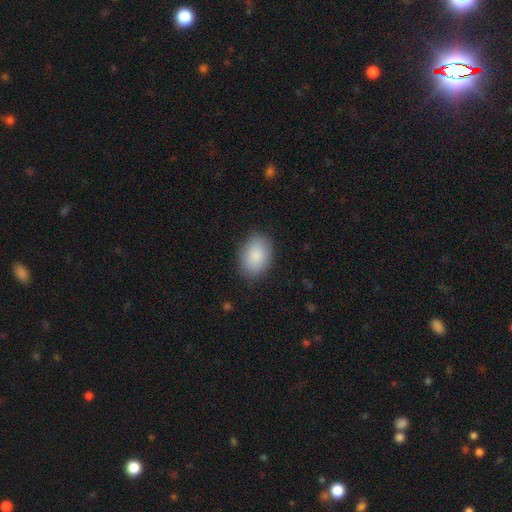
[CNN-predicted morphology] Smooth or featured: smooth — 88% (star or artifact — 6%)
How rounded: in between — 82% (round — 17%)
Merging: none — 85% (minor disturbance — 11%)